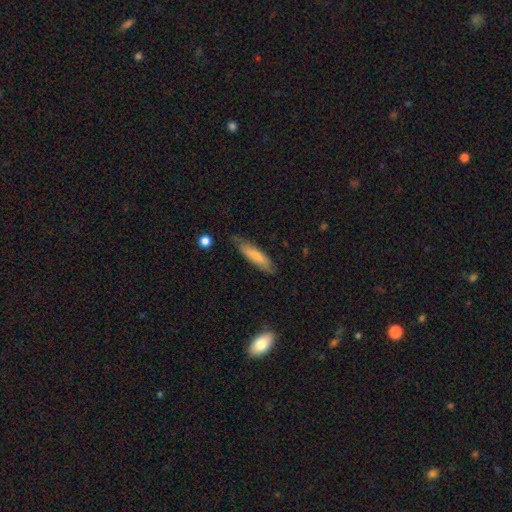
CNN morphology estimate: smooth-or-featured: smooth: 74% | featured or disk: 21% | star or artifact: 6%
  how-rounded: cigar-shaped: 74% | in between: 25% | round: 1%
  merging: none: 75% | minor disturbance: 20% | major disturbance: 4% | merger: 2%